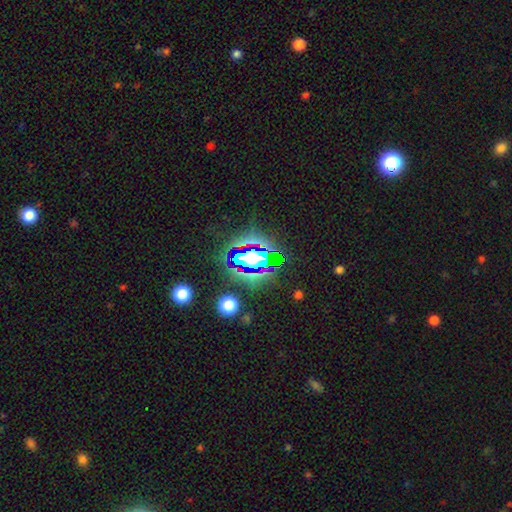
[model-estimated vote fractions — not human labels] Smooth or featured?
  - star or artifact: 64% *
  - smooth: 22%
  - featured or disk: 14%